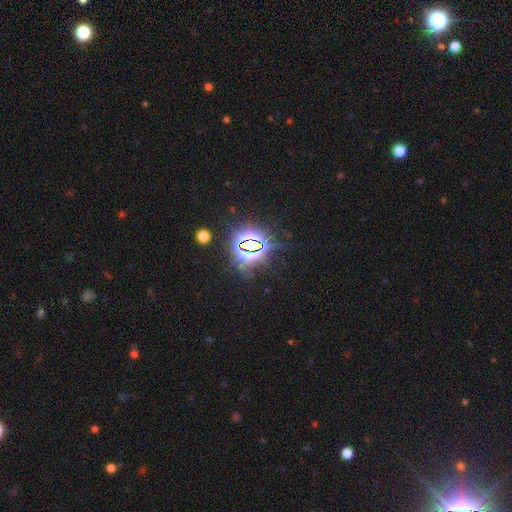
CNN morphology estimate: type=star or artifact (83%).